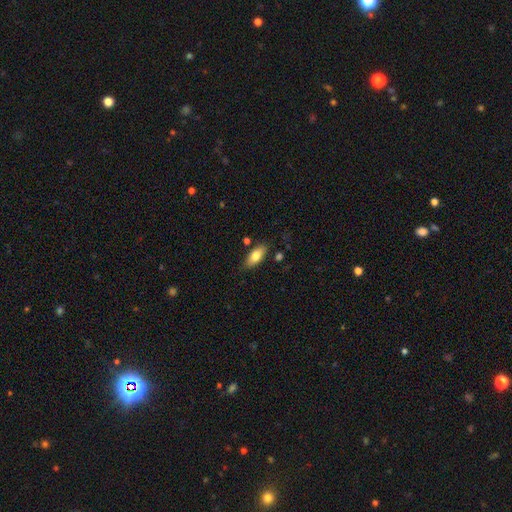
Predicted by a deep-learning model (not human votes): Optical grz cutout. It shows a smooth galaxy with no disk features (77%) that is in between round and cigar-shaped (84%). Merging: none (80%).